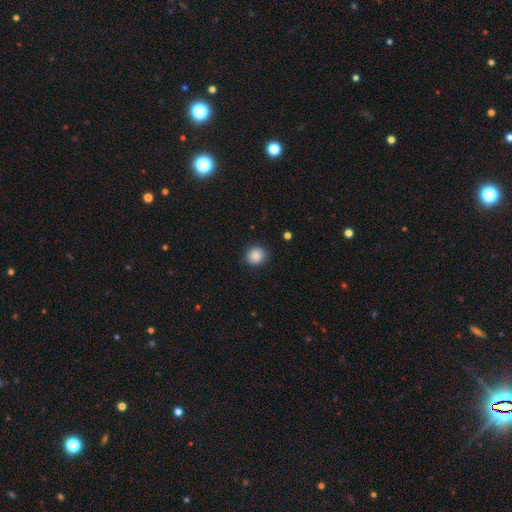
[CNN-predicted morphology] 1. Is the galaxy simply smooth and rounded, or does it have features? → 88% smooth, 9% star or artifact, 4% featured or disk.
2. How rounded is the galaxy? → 84% round, 15% in between, 1% cigar-shaped.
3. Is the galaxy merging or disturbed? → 87% none, 9% minor disturbance, 2% major disturbance, 1% merger.